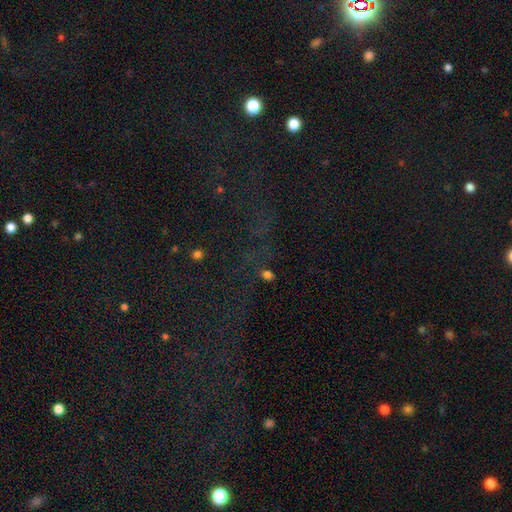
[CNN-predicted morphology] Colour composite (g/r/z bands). It shows a star or artifact, not a galaxy (73%).